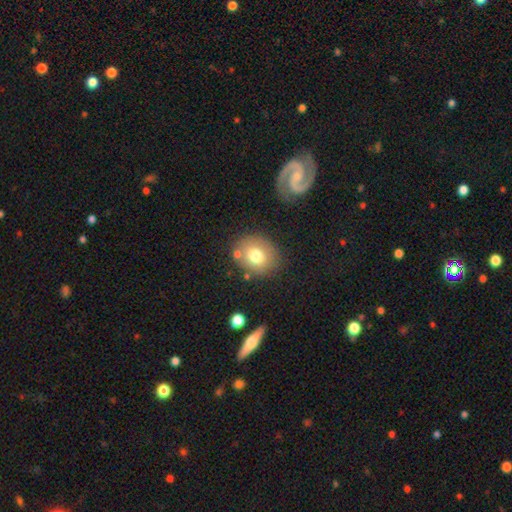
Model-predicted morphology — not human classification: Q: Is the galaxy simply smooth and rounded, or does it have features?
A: smooth — 72%.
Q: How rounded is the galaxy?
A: round — 58%.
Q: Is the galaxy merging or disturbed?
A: none — 73%.